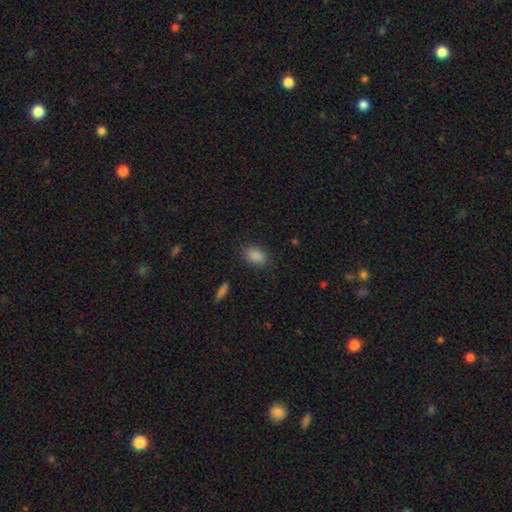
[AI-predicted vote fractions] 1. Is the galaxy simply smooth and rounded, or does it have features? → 87% smooth, 9% star or artifact, 4% featured or disk.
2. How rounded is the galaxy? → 81% in between, 18% round, 2% cigar-shaped.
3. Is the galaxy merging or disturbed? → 84% none, 11% minor disturbance, 3% major disturbance, 1% merger.